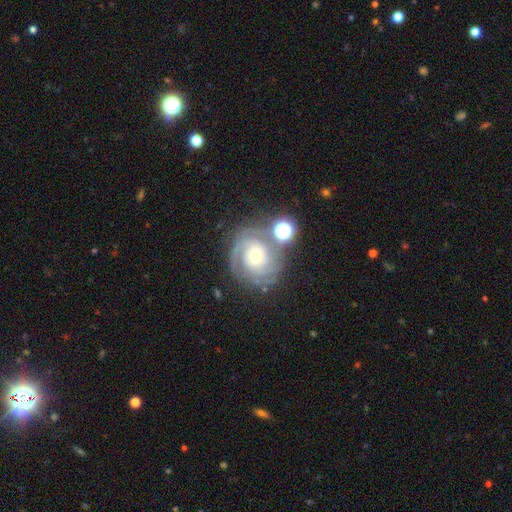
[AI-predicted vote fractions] Smooth or featured? Predicted: featured or disk (p=0.83). Edge-on disk? Predicted: no (p=0.97). Bar? Predicted: no (p=0.73). Spiral arms? Predicted: yes (p=0.96). Spiral winding? Predicted: tight (p=0.70). Spiral arm count? Predicted: 2 (p=0.43). Bulge size? Predicted: small (p=0.52). Merging? Predicted: none (p=0.66).